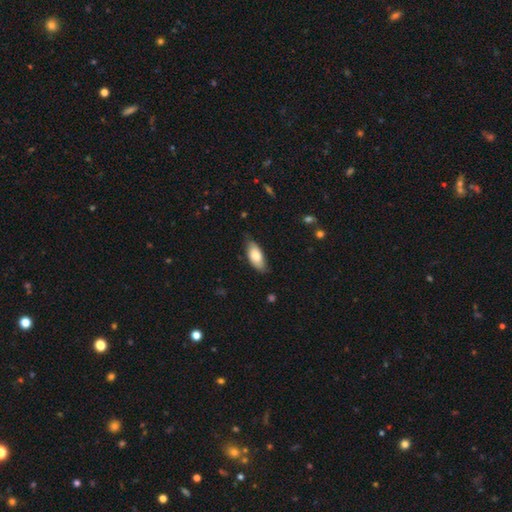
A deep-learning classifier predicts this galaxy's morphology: A smooth galaxy with no disk features (76%) that is in between round and cigar-shaped (87%).

Vote fractions:
- Smooth or featured? smooth: 76% / featured or disk: 18% / star or artifact: 6%
- How rounded? in between: 87% / cigar-shaped: 11% / round: 2%
- Merging? none: 72% / minor disturbance: 23% / major disturbance: 4% / merger: 1%